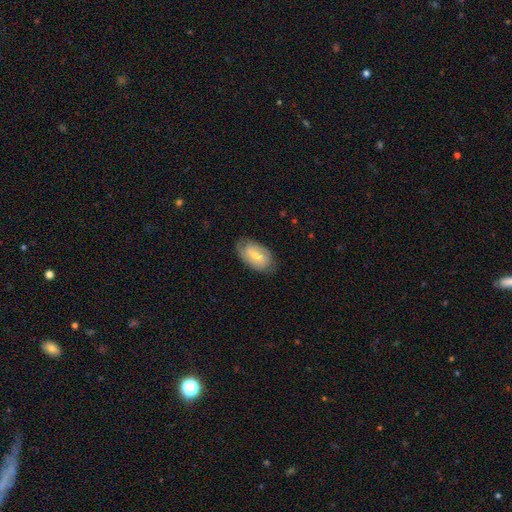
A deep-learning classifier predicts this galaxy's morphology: A smooth galaxy with no disk features (53%) that is in between round and cigar-shaped (93%).

Vote fractions:
- Smooth or featured? smooth: 53% / featured or disk: 41% / star or artifact: 6%
- How rounded? in between: 93% / round: 5% / cigar-shaped: 3%
- Merging? none: 77% / minor disturbance: 18% / major disturbance: 4% / merger: 1%